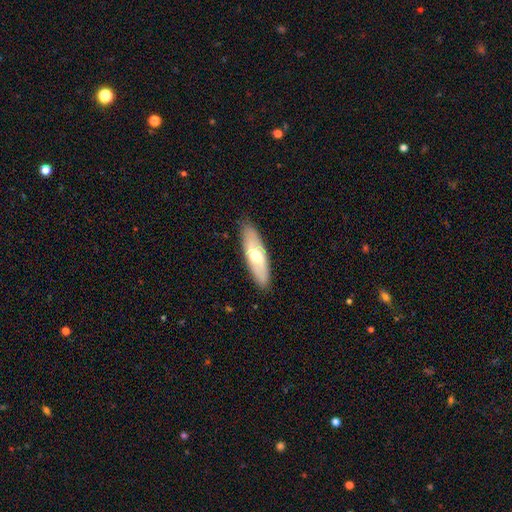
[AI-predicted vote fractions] smooth 48%, featured or disk 46%, star or artifact 5%. Down the decision tree: merging — none (87%).